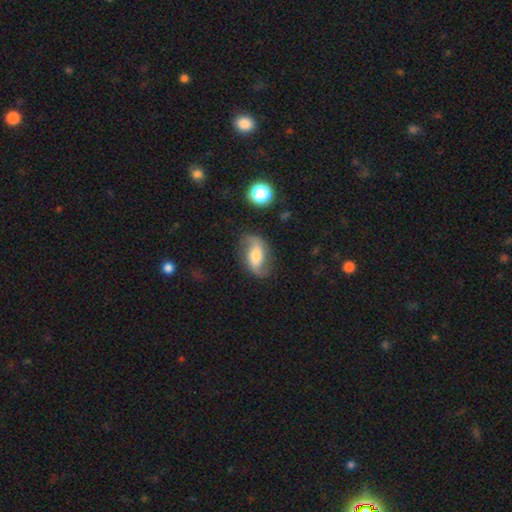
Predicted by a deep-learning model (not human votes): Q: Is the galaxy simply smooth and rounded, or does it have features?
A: featured or disk — 72%.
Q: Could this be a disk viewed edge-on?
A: no — 95%.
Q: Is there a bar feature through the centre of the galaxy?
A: no — 40%.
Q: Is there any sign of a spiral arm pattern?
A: yes — 93%.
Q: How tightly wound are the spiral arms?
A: loose — 67%.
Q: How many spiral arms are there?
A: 2 — 91%.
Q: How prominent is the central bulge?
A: moderate — 48%.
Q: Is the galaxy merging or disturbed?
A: none — 75%.